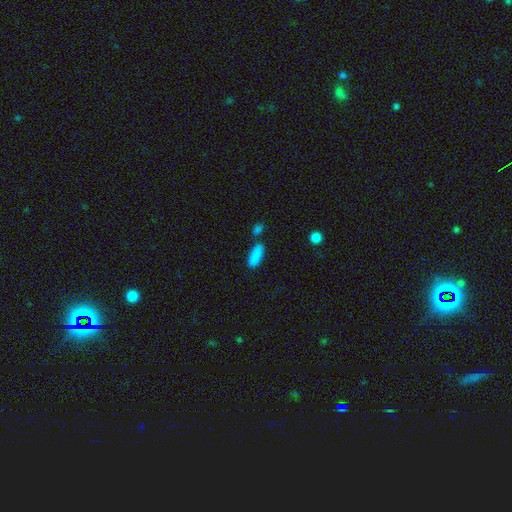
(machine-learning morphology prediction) Smooth or featured? Predicted: smooth (p=0.88). How rounded? Predicted: in between (p=0.51). Merging? Predicted: none (p=0.74).